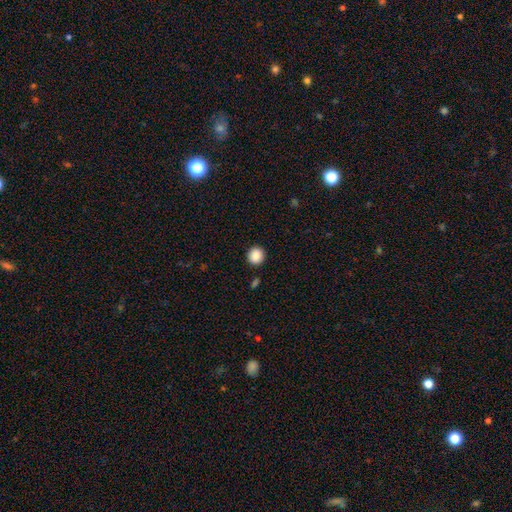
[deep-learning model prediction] Morphology: type=smooth (88%); roundness=round (91%); merging=none (91%).